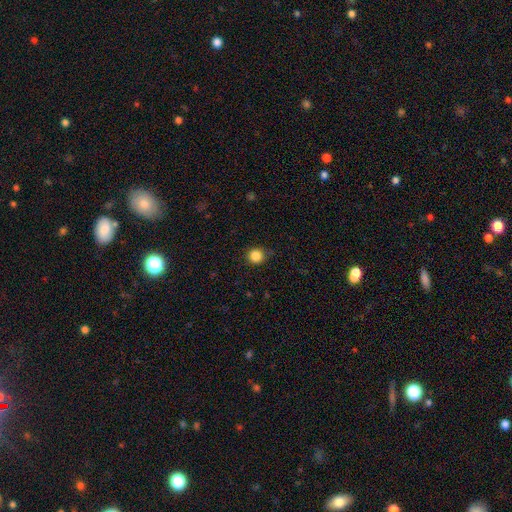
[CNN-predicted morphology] smooth-or-featured: smooth: 85% | star or artifact: 11% | featured or disk: 4%
  how-rounded: round: 93% | in between: 6% | cigar-shaped: 1%
  merging: none: 87% | minor disturbance: 10% | major disturbance: 2% | merger: 1%